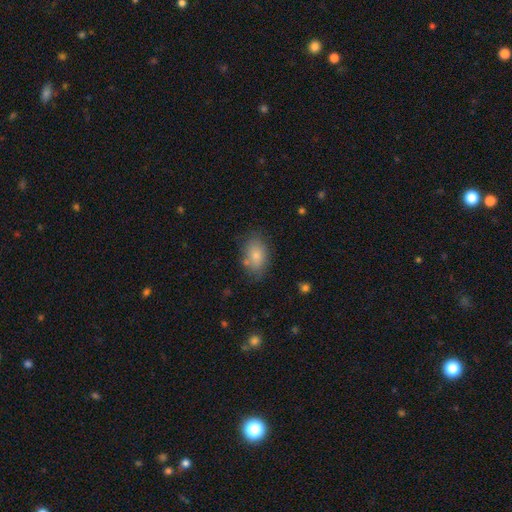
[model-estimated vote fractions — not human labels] Smooth or featured? Predicted: smooth (p=0.79). How rounded? Predicted: in between (p=0.85). Merging? Predicted: none (p=0.72).